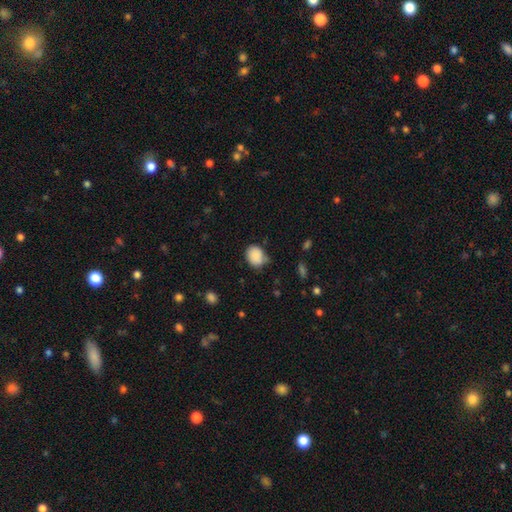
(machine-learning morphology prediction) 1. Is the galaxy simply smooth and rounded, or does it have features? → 87% smooth, 8% star or artifact, 5% featured or disk.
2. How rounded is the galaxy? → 51% round, 48% in between, 1% cigar-shaped.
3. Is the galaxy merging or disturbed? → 59% none, 30% minor disturbance, 7% major disturbance, 4% merger.